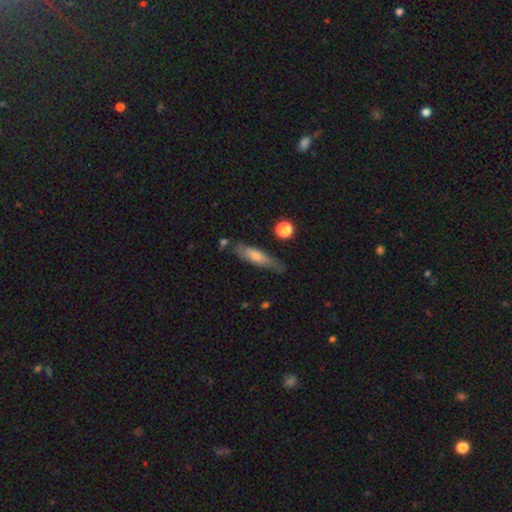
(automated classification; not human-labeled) Q: Smooth or featured?
A: smooth (54%); runner-up: featured or disk (39%)
Q: How rounded?
A: cigar-shaped (74%); runner-up: in between (24%)
Q: Merging?
A: none (69%); runner-up: minor disturbance (21%)